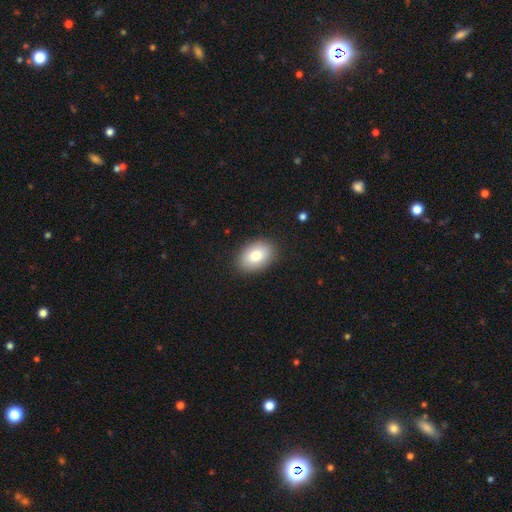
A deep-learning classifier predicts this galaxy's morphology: This is clearly a smooth galaxy (81%). How rounded: clearly in between (84%). Merging: clearly none (88%).